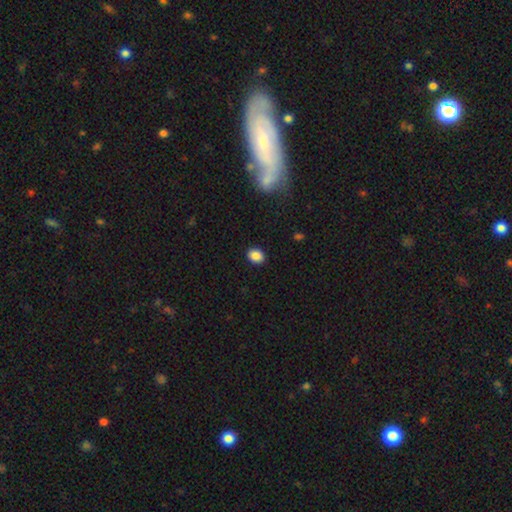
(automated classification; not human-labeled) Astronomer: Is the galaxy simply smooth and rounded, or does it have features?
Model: smooth — 87%.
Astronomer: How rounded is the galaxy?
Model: in between — 53% (runner-up: round, 46%).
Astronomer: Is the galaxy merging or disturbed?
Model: none — 90%.